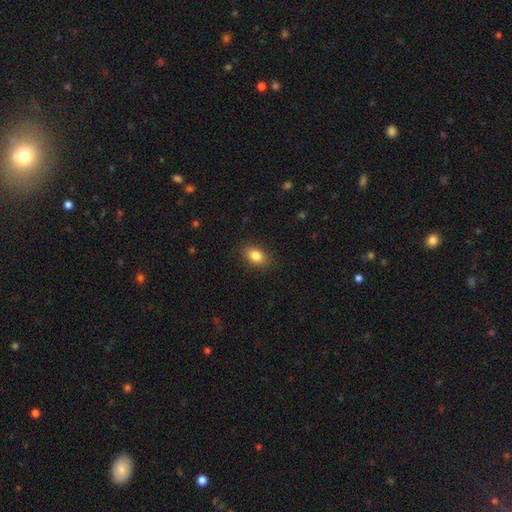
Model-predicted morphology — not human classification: Q: Smooth or featured?
A: smooth (84%); runner-up: star or artifact (9%)
Q: How rounded?
A: in between (82%); runner-up: round (16%)
Q: Merging?
A: none (88%); runner-up: minor disturbance (9%)